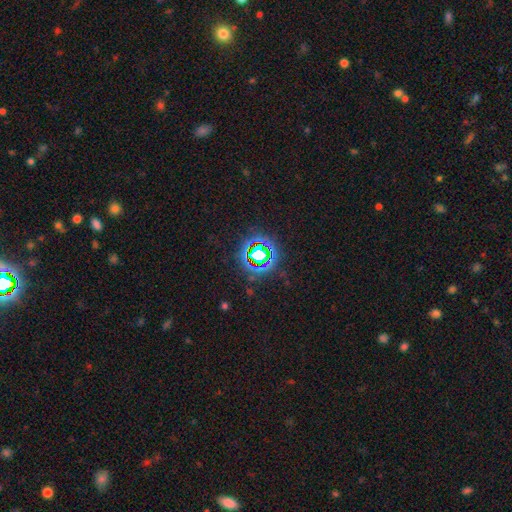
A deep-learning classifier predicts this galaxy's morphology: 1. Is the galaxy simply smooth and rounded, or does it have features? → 72% star or artifact, 17% smooth, 11% featured or disk.